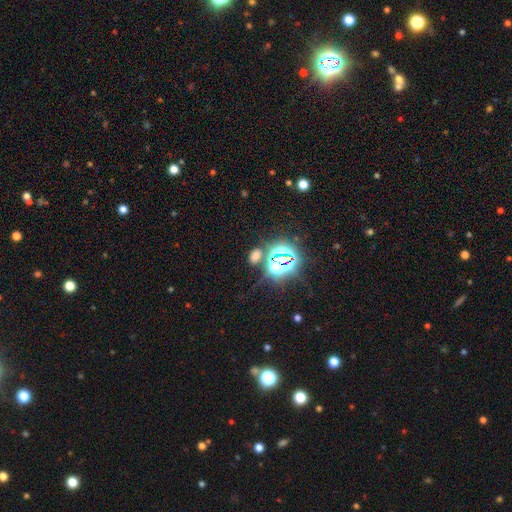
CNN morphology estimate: Q: Smooth or featured?
A: star or artifact (48%); runner-up: smooth (45%)